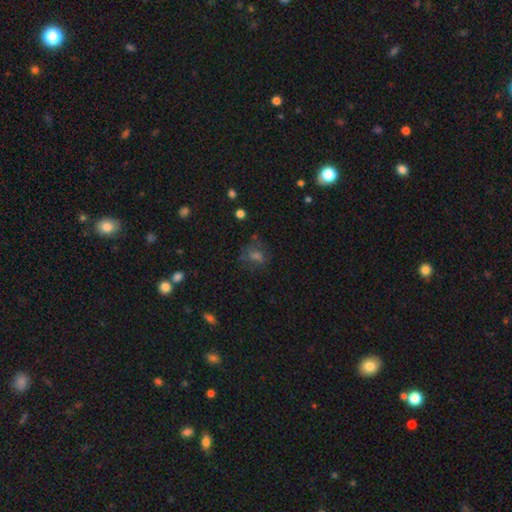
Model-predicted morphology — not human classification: Q: Smooth or featured?
A: smooth (46%); runner-up: star or artifact (33%)
Q: Merging?
A: none (63%); runner-up: minor disturbance (20%)